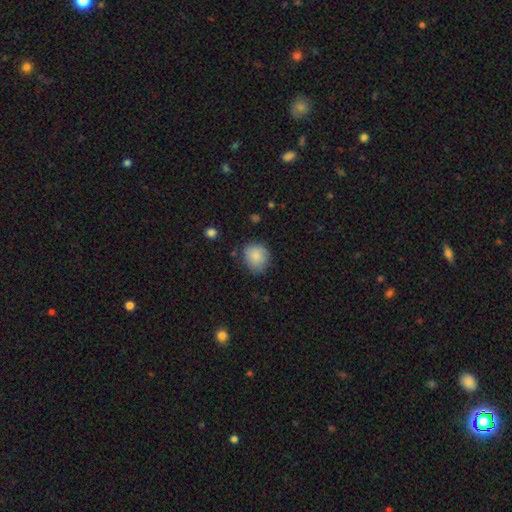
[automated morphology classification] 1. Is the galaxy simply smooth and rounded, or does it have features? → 85% smooth, 8% star or artifact, 8% featured or disk.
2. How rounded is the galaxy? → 75% round, 24% in between, 1% cigar-shaped.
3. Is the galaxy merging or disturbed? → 76% none, 19% minor disturbance, 4% major disturbance, 2% merger.